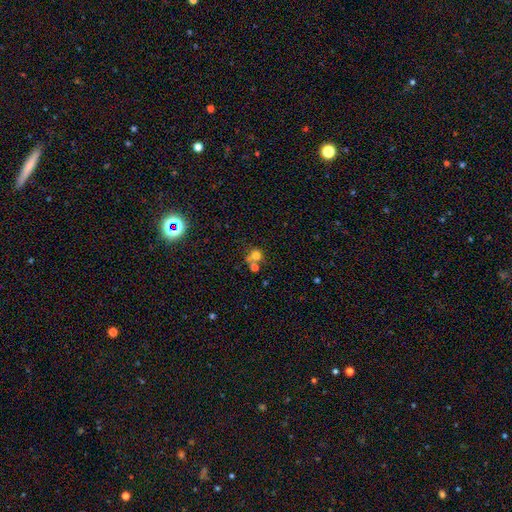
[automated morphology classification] This appears to be a smooth galaxy with no disk features (72%) that is round (85%). Merging: none (44%).